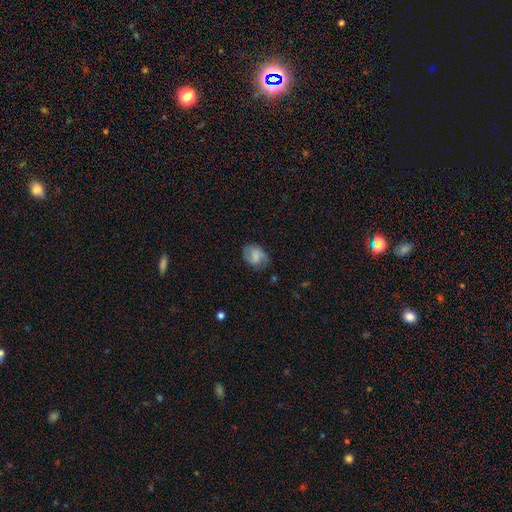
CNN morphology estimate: A smooth galaxy with no disk features (48%).

Vote fractions:
- Smooth or featured? smooth: 48% / featured or disk: 43% / star or artifact: 8%
- Merging? none: 66% / minor disturbance: 23% / major disturbance: 9% / merger: 2%